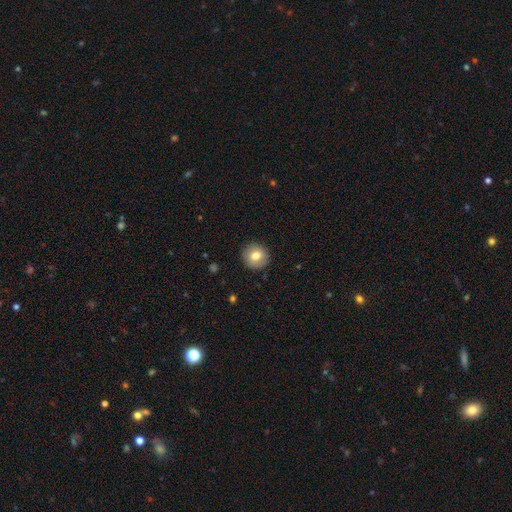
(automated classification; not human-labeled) A smooth galaxy with no disk features (80%) that is round (93%).

Vote fractions:
- Smooth or featured? smooth: 80% / featured or disk: 12% / star or artifact: 9%
- How rounded? round: 93% / in between: 6% / cigar-shaped: 1%
- Merging? none: 91% / minor disturbance: 6% / major disturbance: 2% / merger: 1%